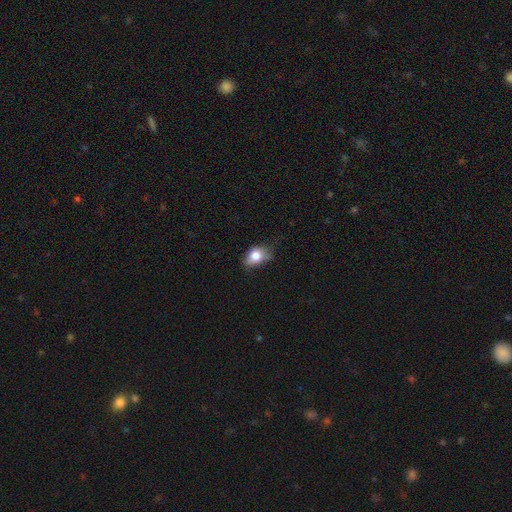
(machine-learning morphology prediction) Smooth or featured? smooth (77%)
How rounded? in between (74%)
Merging? none (51%)